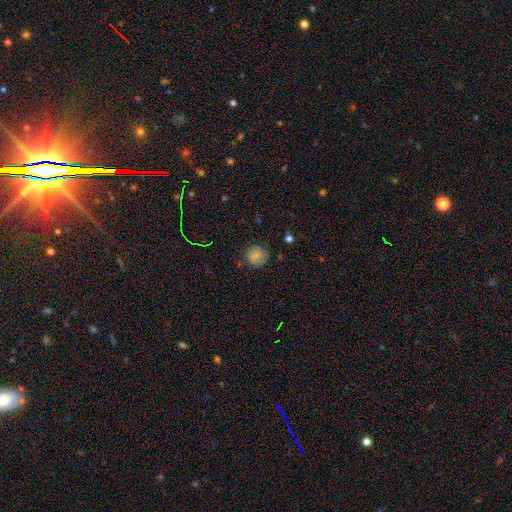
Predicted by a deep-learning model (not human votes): Smooth or featured?
  - smooth: 76% *
  - featured or disk: 13%
  - star or artifact: 11%
How rounded?
  - round: 88% *
  - in between: 11%
  - cigar-shaped: 1%
Merging?
  - none: 75% *
  - minor disturbance: 18%
  - major disturbance: 5%
  - merger: 2%